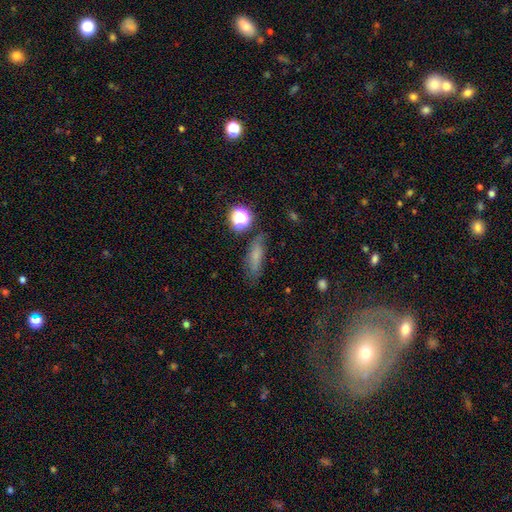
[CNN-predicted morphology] smooth 65%, star or artifact 18%, featured or disk 17%. Down the decision tree: how rounded — in between (47%); merging — none (67%).